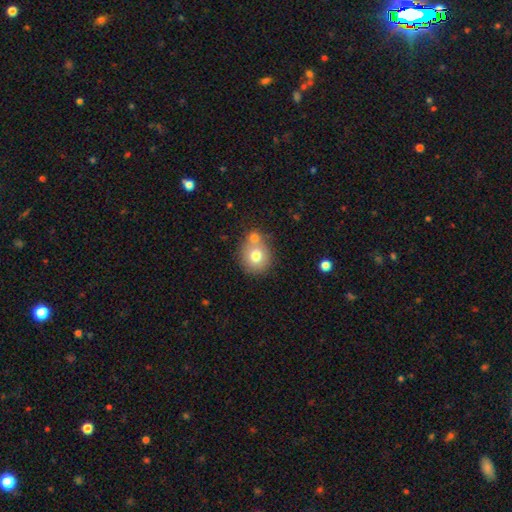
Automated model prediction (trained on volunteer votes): smooth-or-featured: smooth: 74% | featured or disk: 16% | star or artifact: 10%
  how-rounded: round: 77% | in between: 23% | cigar-shaped: 1%
  merging: none: 51% | merger: 33% | minor disturbance: 12% | major disturbance: 3%